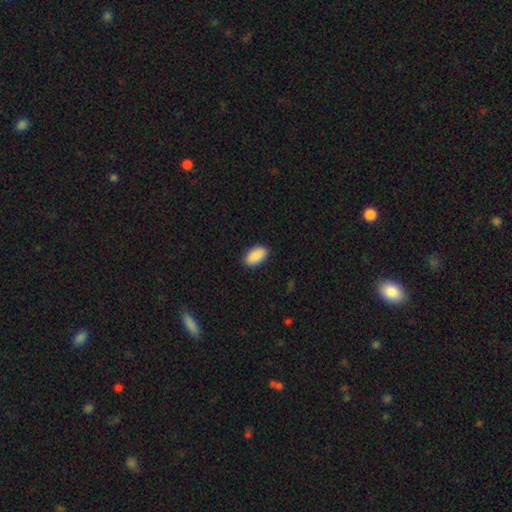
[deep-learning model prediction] This is clearly a smooth galaxy (91%). How rounded: clearly in between (94%). Merging: clearly none (89%).